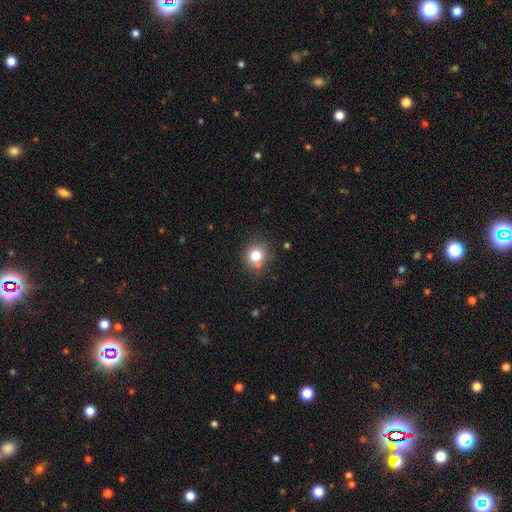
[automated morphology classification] Smooth or featured: smooth — 77% (star or artifact — 13%)
How rounded: round — 83% (in between — 16%)
Merging: none — 76% (minor disturbance — 13%)